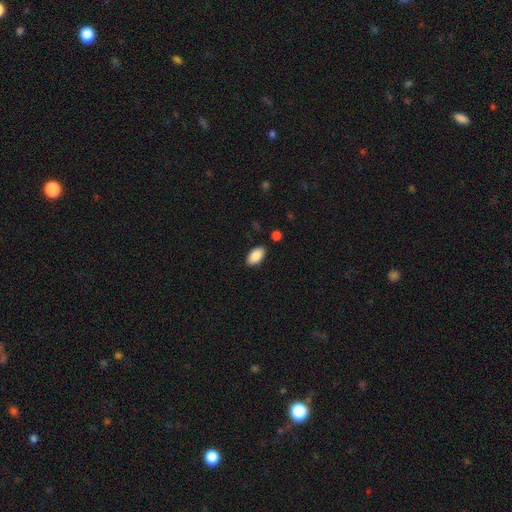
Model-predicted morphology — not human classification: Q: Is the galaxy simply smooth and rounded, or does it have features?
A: smooth — 88%.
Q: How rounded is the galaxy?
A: in between — 95%.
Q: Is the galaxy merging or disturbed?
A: none — 86%.